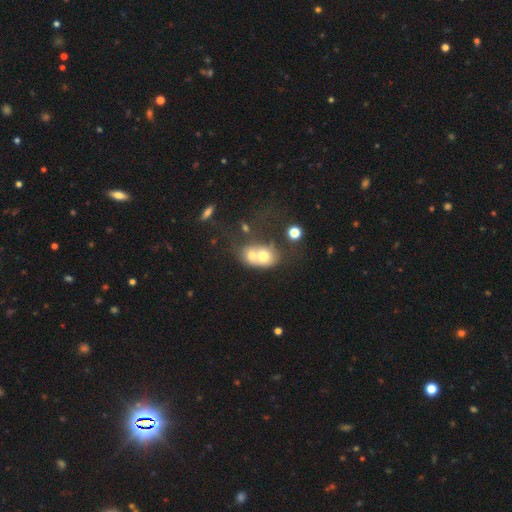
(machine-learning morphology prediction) The model was most divided on "how rounded": round: 51%, in between: 48%, cigar-shaped: 1%. More confident: merging — merger (70%); smooth or featured — smooth (60%).